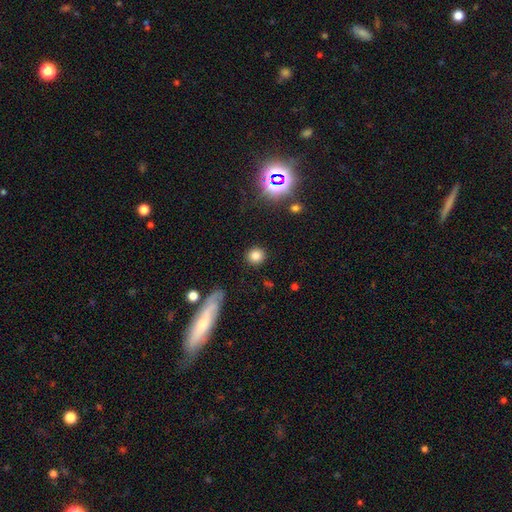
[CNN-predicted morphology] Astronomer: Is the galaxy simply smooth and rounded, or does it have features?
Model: smooth — 80%.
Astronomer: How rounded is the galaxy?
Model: round — 89%.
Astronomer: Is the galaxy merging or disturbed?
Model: none — 89%.